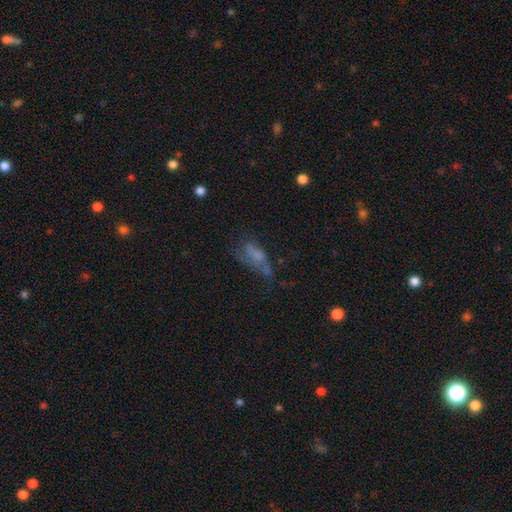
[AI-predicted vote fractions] smooth_or_featured: smooth (p=0.48) [alt: featured or disk p=0.34]
merging: major disturbance (p=0.35) [alt: none p=0.31]